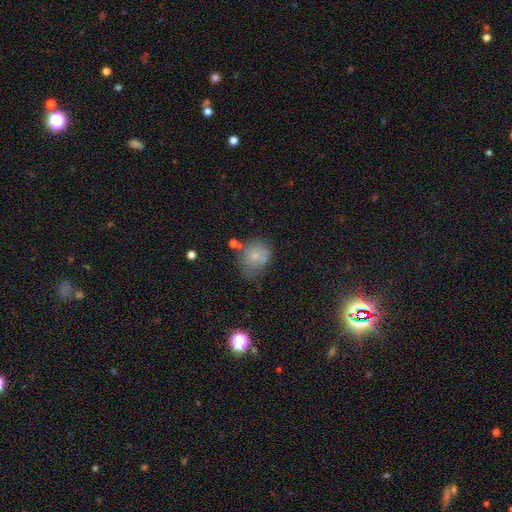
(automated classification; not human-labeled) Smooth or featured: smooth — 69% (featured or disk — 20%)
How rounded: round — 62% (in between — 37%)
Merging: none — 47% (minor disturbance — 31%)